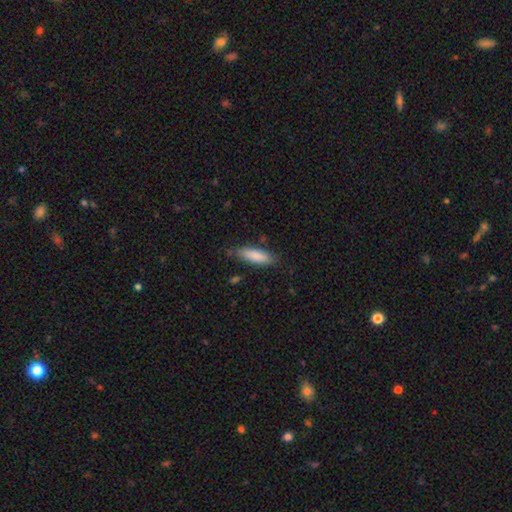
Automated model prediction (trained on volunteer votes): Smooth or featured: smooth — 86% (featured or disk — 9%)
How rounded: cigar-shaped — 50% (in between — 49%)
Merging: none — 78% (minor disturbance — 16%)